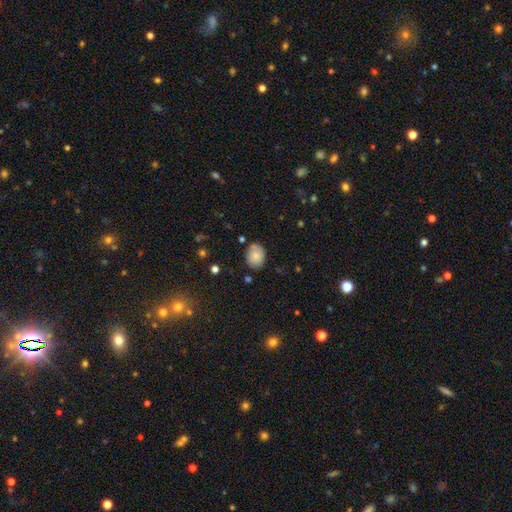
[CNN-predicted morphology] Smooth or featured?
  - smooth: 78% *
  - featured or disk: 14%
  - star or artifact: 9%
How rounded?
  - in between: 65% *
  - round: 34%
  - cigar-shaped: 1%
Merging?
  - none: 77% *
  - minor disturbance: 18%
  - major disturbance: 3%
  - merger: 3%